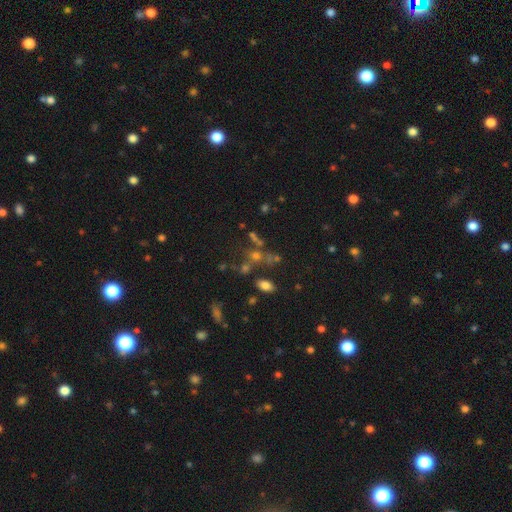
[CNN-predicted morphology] type=smooth (41%); merging=none (50%).